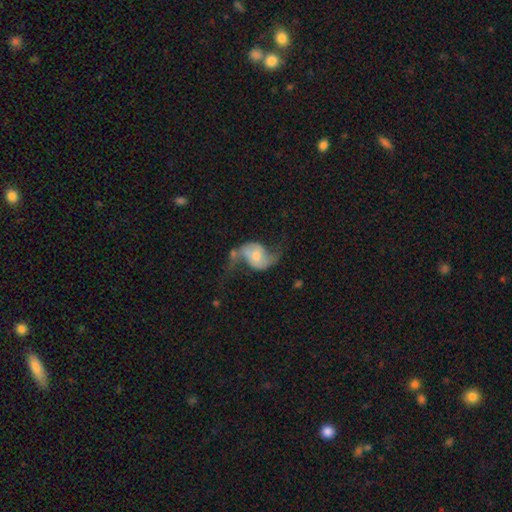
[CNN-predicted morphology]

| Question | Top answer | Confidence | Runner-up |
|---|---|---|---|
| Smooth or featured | featured or disk | 79% | smooth (15%) |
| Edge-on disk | no | 97% | yes (3%) |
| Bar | no | 50% | weak (37%) |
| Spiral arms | yes | 92% | no (8%) |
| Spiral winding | loose | 81% | medium (15%) |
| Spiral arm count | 2 | 92% | 1 (3%) |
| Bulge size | moderate | 46% | small (36%) |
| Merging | none | 50% | major disturbance (22%) |